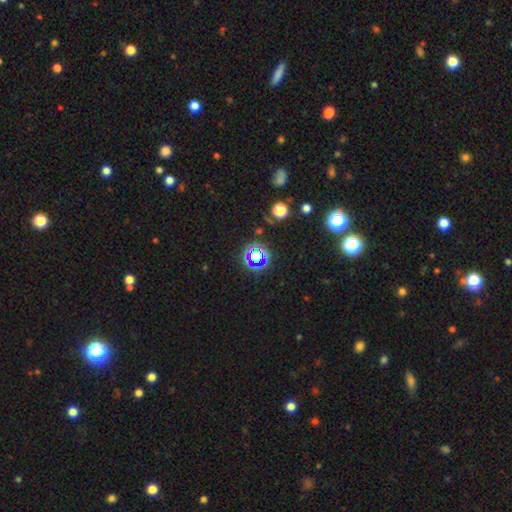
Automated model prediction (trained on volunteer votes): Smooth or featured?
  - star or artifact: 66% *
  - smooth: 24%
  - featured or disk: 10%